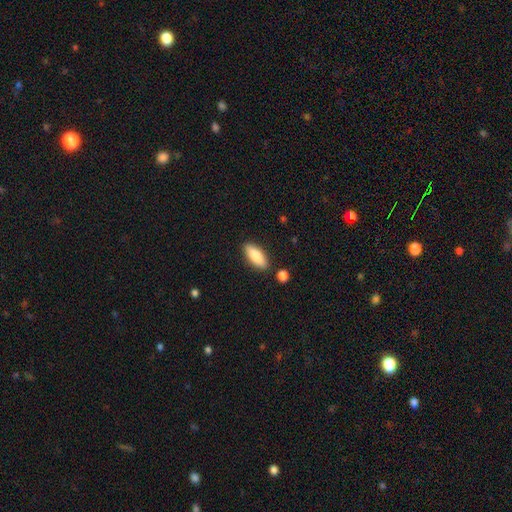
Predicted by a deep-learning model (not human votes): A smooth galaxy with no disk features (82%) that is in between round and cigar-shaped (73%). Merging: none (85%).